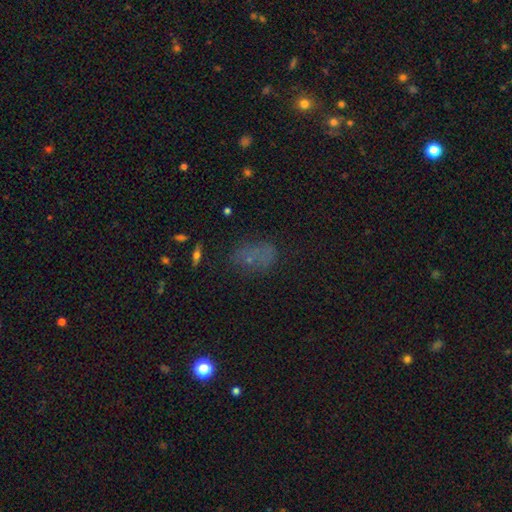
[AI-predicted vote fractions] Morphology: type=smooth (51%); roundness=in between (80%); merging=none (58%).